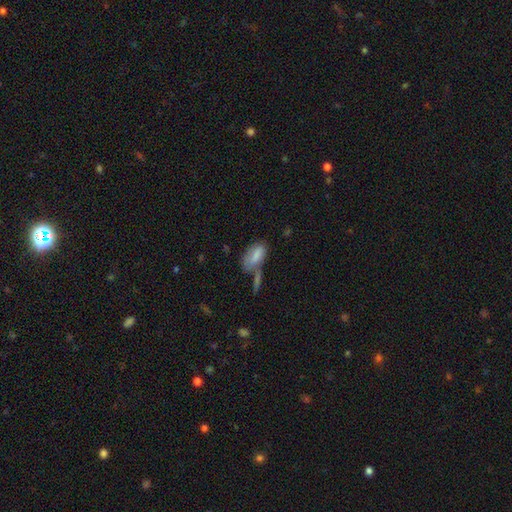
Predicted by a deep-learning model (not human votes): smooth_or_featured: smooth (p=0.77) [alt: featured or disk p=0.16]
how_rounded: in between (p=0.89) [alt: cigar-shaped p=0.07]
merging: none (p=0.39) [alt: merger p=0.28]